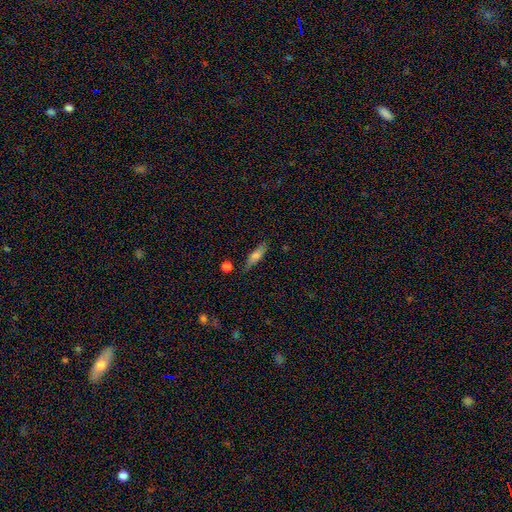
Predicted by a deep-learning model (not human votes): A smooth galaxy with no disk features (68%) that is cigar-shaped (57%). Merging: none (76%).